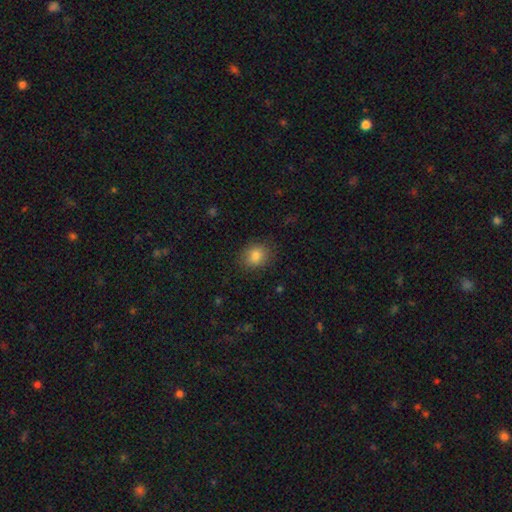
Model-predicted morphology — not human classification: smooth_or_featured: smooth (p=0.83) [alt: star or artifact p=0.10]
how_rounded: round (p=0.68) [alt: in between p=0.31]
merging: none (p=0.85) [alt: minor disturbance p=0.11]